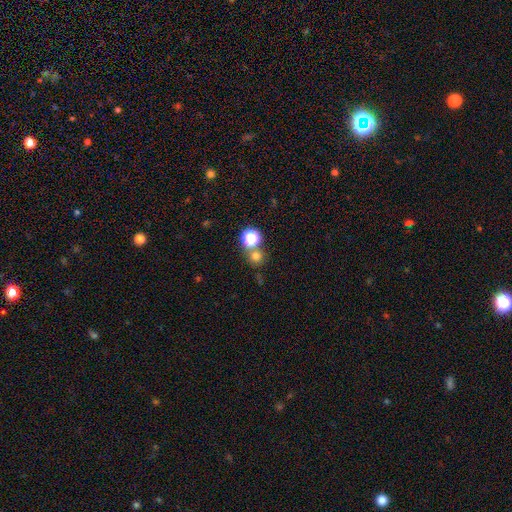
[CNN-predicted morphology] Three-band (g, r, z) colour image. It shows a smooth galaxy with no disk features (71%) that is round (90%). Merging: none (63%).